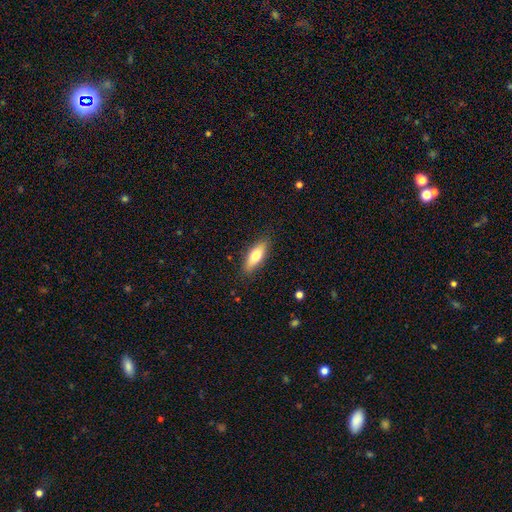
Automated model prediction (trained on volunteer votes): smooth-or-featured: smooth: 70% | featured or disk: 23% | star or artifact: 6%
  how-rounded: in between: 61% | cigar-shaped: 37% | round: 2%
  merging: none: 86% | minor disturbance: 10% | major disturbance: 2% | merger: 1%